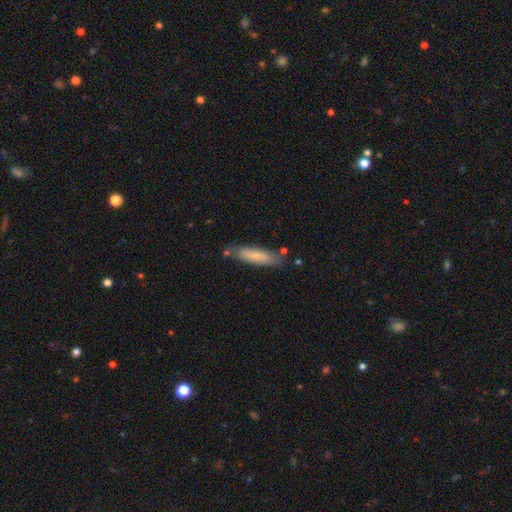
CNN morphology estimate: smooth 71%, featured or disk 23%, star or artifact 6%. Down the decision tree: how rounded — cigar-shaped (74%); merging — none (76%).